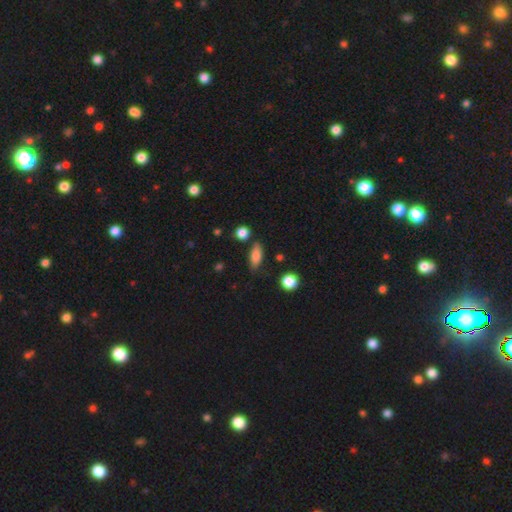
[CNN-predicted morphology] This is clearly a smooth galaxy (81%). How rounded: likely in between (77%). Merging: likely none (75%).